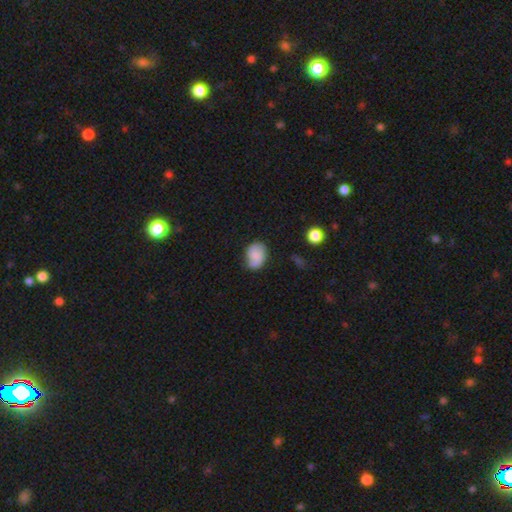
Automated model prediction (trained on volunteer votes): Smooth or featured: smooth — 70% (featured or disk — 22%)
How rounded: in between — 67% (round — 31%)
Merging: none — 63% (minor disturbance — 28%)